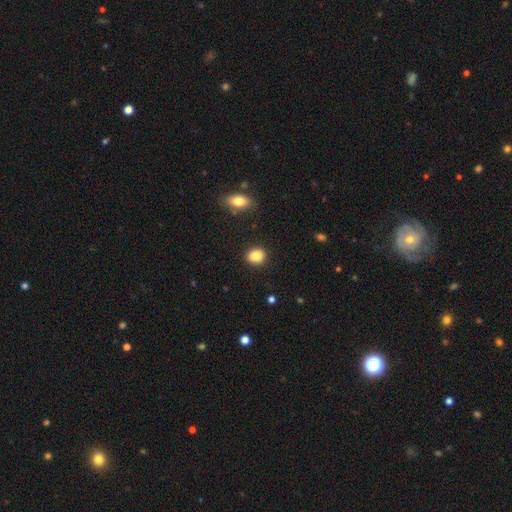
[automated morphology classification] type=smooth (86%); roundness=round (66%); merging=none (89%).